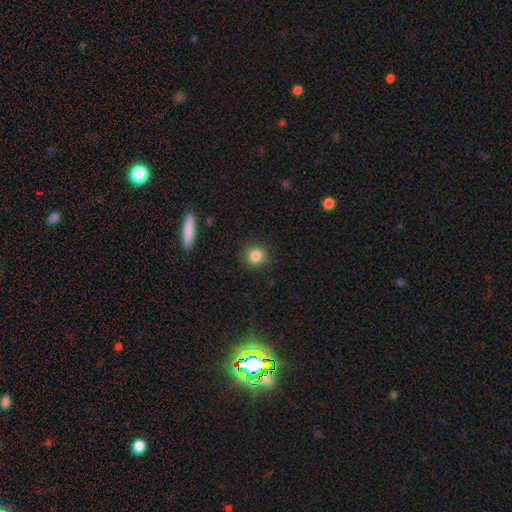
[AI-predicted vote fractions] This appears to be a smooth galaxy with no disk features (85%) that is round (85%). Merging: none (88%).